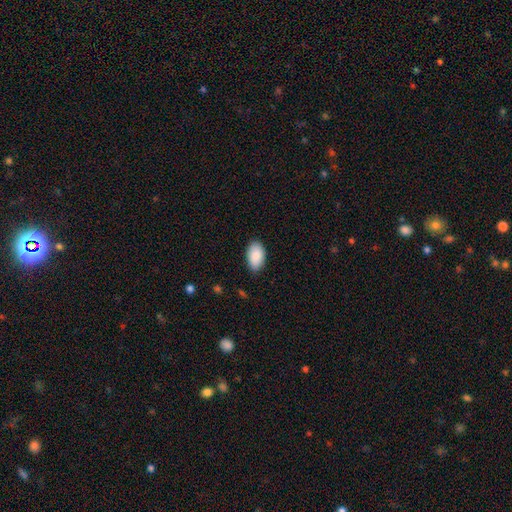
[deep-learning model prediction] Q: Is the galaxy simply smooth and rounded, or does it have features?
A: smooth — 90%.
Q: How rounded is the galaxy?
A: in between — 95%.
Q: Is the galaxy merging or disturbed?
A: none — 85%.